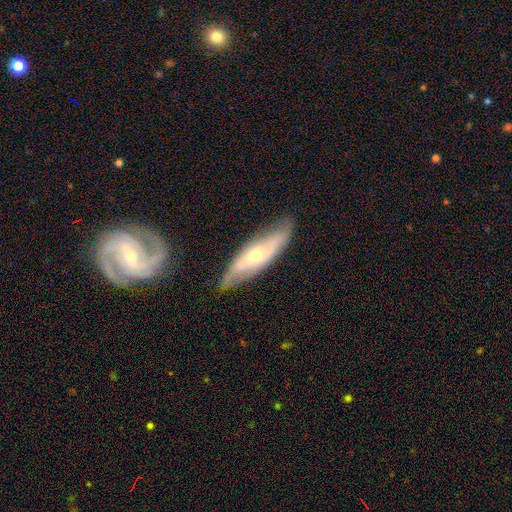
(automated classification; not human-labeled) Smooth or featured? Predicted: featured or disk (p=0.69). Edge-on disk? Predicted: no (p=0.68). Merging? Predicted: none (p=0.74).